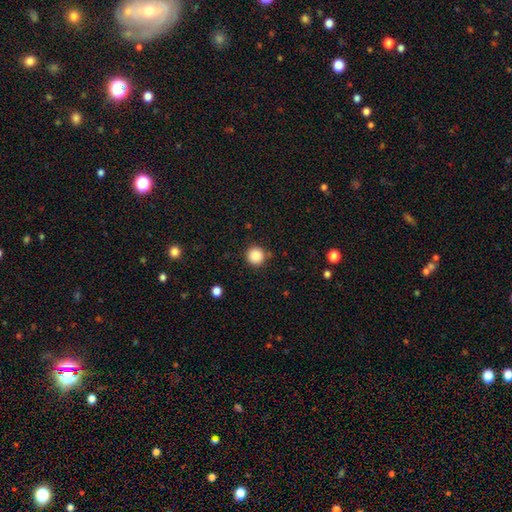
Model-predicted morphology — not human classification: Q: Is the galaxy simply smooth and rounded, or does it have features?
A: smooth — 86%.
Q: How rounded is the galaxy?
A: round — 95%.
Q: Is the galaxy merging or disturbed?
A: none — 87%.